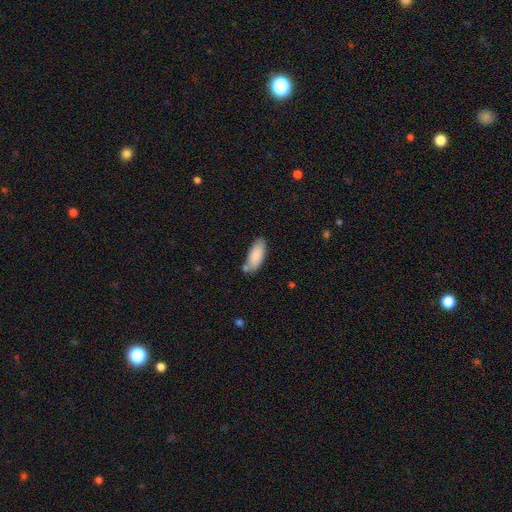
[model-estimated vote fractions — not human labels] Smooth or featured? Predicted: smooth (p=0.87). How rounded? Predicted: in between (p=0.81). Merging? Predicted: none (p=0.64).